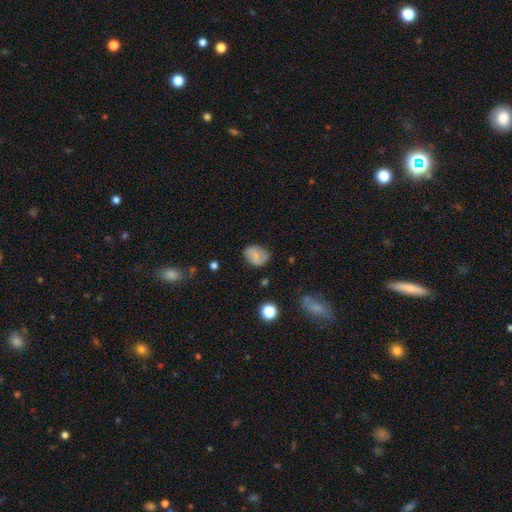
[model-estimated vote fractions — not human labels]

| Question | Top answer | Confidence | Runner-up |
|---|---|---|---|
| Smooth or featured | smooth | 64% | featured or disk (26%) |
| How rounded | in between | 59% | round (40%) |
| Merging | none | 74% | minor disturbance (19%) |